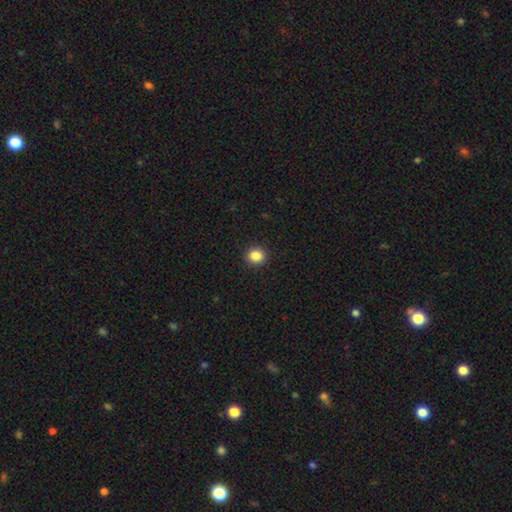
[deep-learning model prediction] A smooth galaxy with no disk features (85%) that is round (86%). Merging: none (92%).